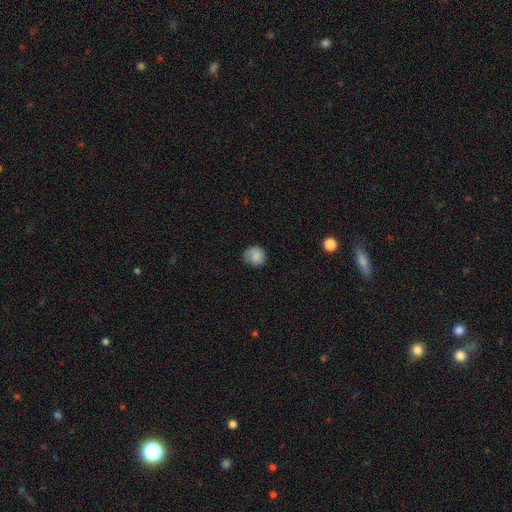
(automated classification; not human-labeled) Smooth or featured: smooth — 84% (featured or disk — 8%)
How rounded: round — 84% (in between — 15%)
Merging: none — 71% (minor disturbance — 22%)